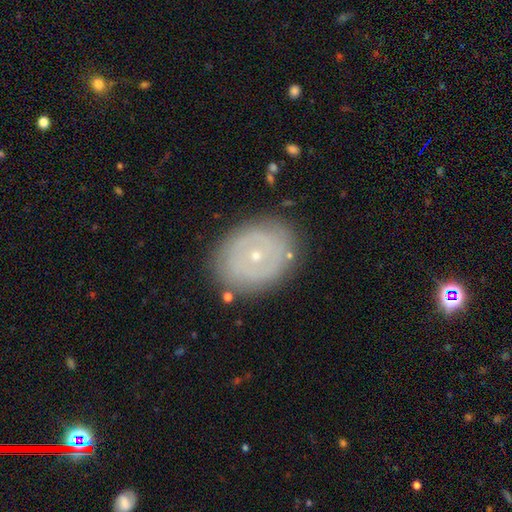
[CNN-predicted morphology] Smooth or featured? featured or disk (65%)
Edge-on disk? no (96%)
Bar? no (83%)
Spiral arms? yes (56%)
Bulge size? small (74%)
Merging? none (83%)